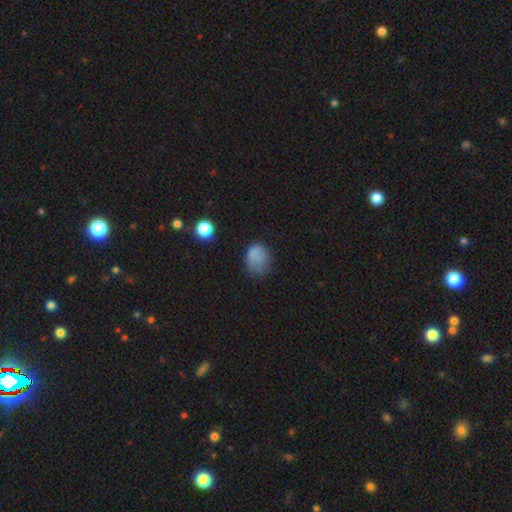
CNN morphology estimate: Smooth or featured? Predicted: smooth (p=0.78). How rounded? Predicted: round (p=0.50). Merging? Predicted: none (p=0.42).